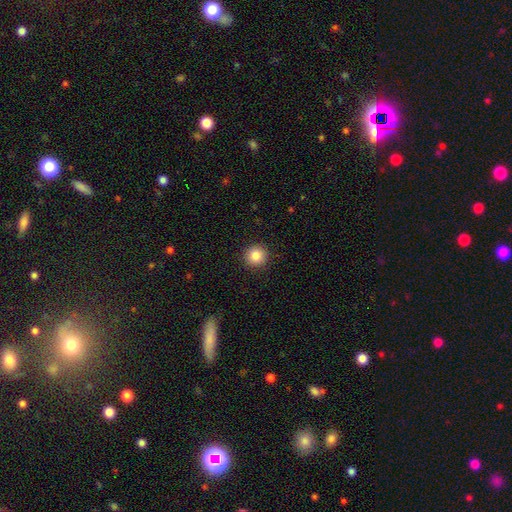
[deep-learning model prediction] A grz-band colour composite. It shows a smooth galaxy with no disk features (85%) that is round (94%). Merging: none (92%).